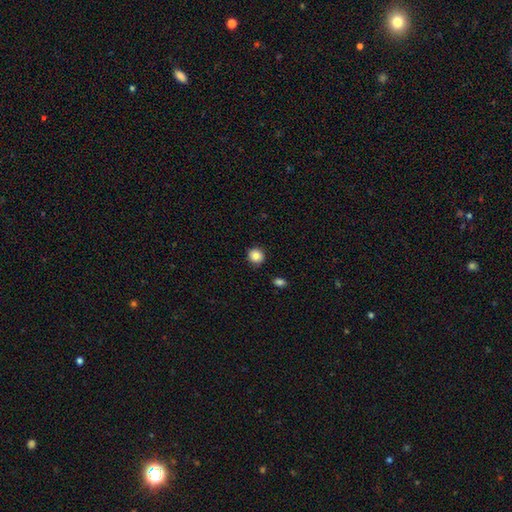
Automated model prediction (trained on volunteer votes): smooth-or-featured: smooth: 85% | star or artifact: 10% | featured or disk: 6%
  how-rounded: round: 91% | in between: 8% | cigar-shaped: 1%
  merging: none: 90% | minor disturbance: 7% | major disturbance: 2% | merger: 2%